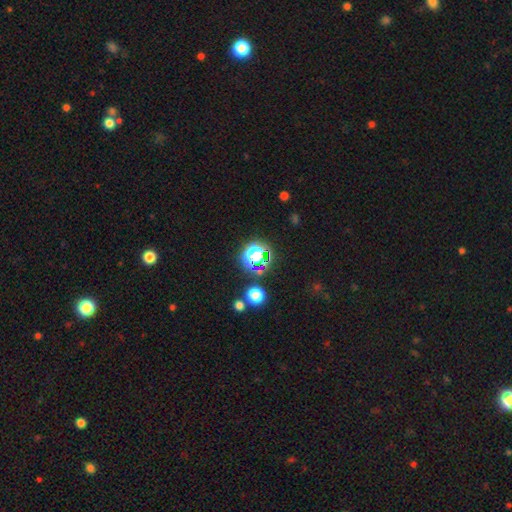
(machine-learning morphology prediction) Smooth or featured: star or artifact — 53% (smooth — 37%)